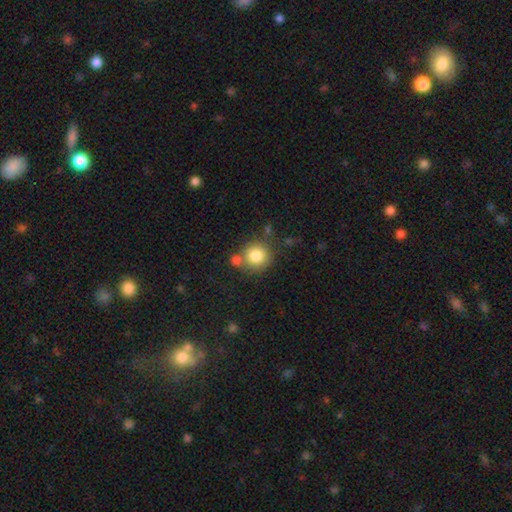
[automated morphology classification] This appears to be a smooth galaxy with no disk features (82%) that is round (91%). Merging: none (66%).